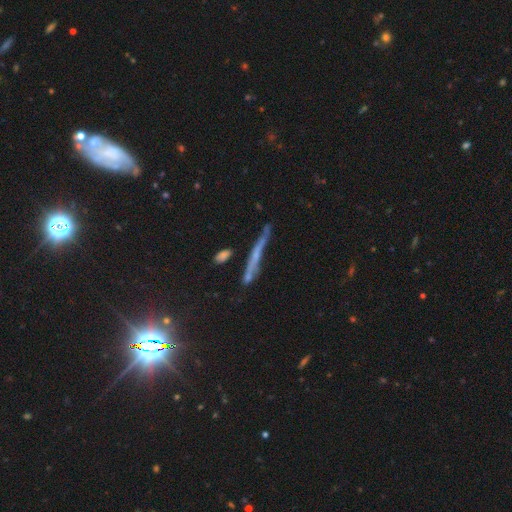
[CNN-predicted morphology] Overall: featured or disk (49%; smooth 34%). Merging: none (62%).